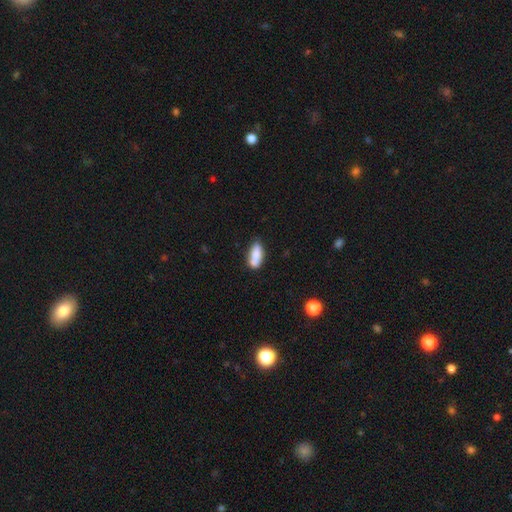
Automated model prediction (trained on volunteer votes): Overall: smooth (82%). How rounded: in between (69%). Merging: none (65%).